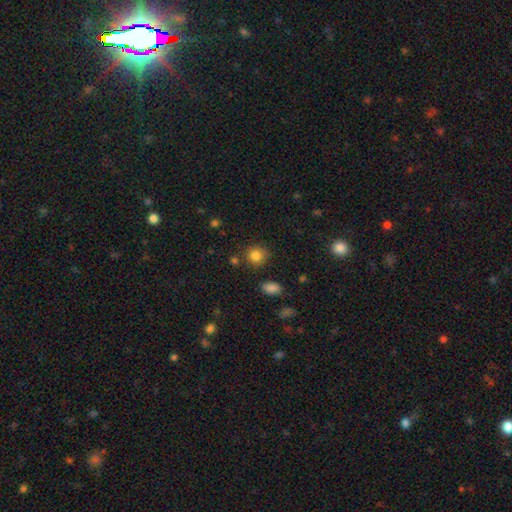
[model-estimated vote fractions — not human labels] smooth 83%, star or artifact 12%, featured or disk 5%. Down the decision tree: how rounded — round (85%); merging — none (80%).